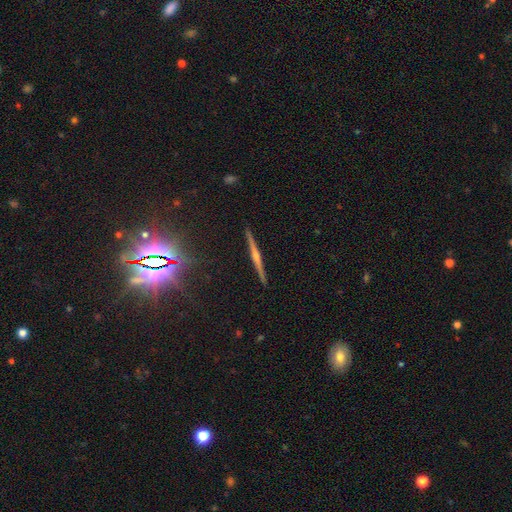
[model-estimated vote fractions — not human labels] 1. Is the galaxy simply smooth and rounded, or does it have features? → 68% featured or disk, 16% smooth, 16% star or artifact.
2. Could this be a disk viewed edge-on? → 98% yes, 2% no.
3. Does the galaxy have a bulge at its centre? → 71% rounded, 17% none, 12% boxy.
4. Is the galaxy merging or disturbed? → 92% none, 6% minor disturbance, 1% major disturbance, 1% merger.